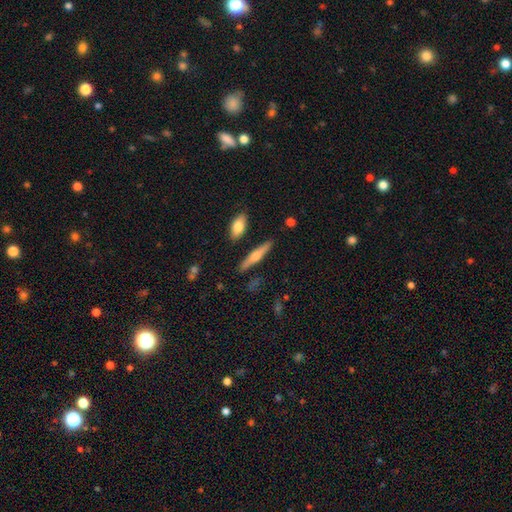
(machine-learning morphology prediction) featured or disk 54%, smooth 39%, star or artifact 7%. Down the decision tree: edge-on disk — yes (95%); edge-on bulge — rounded (86%); merging — none (86%).